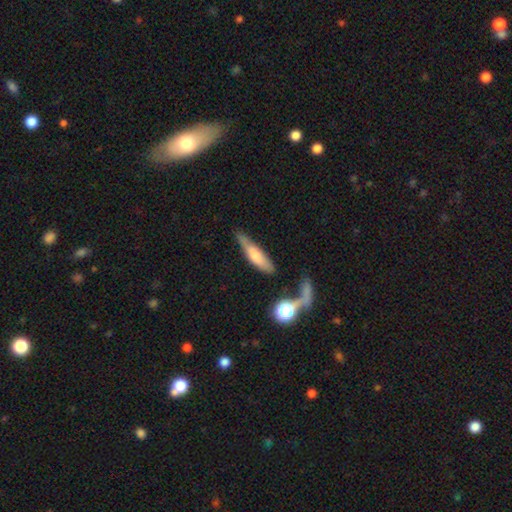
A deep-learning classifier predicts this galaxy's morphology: Smooth or featured?
  - smooth: 63% *
  - featured or disk: 30%
  - star or artifact: 7%
How rounded?
  - cigar-shaped: 74% *
  - in between: 24%
  - round: 2%
Merging?
  - none: 58% *
  - minor disturbance: 24%
  - major disturbance: 9%
  - merger: 9%